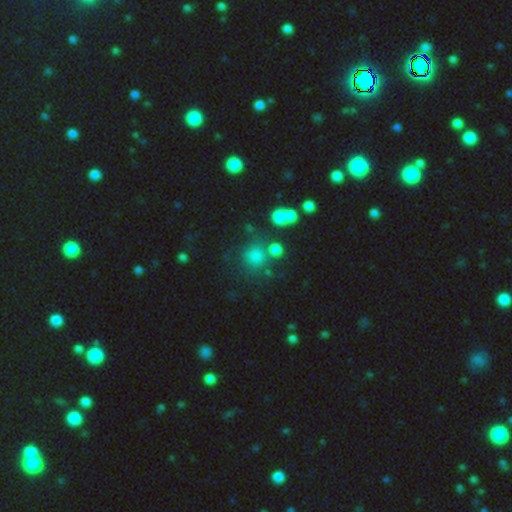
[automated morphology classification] This appears to be a smooth galaxy with no disk features (69%) that is round (89%). Merging: none (69%).